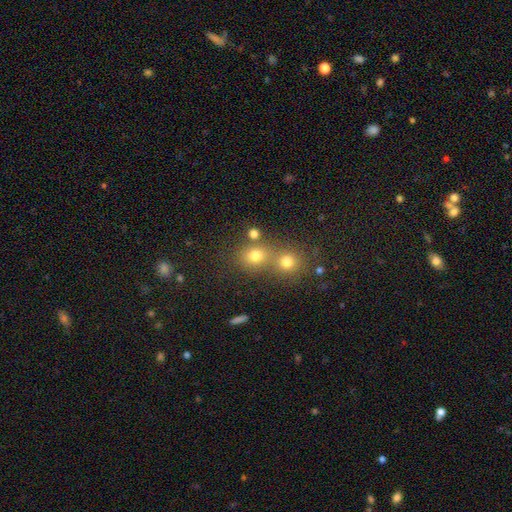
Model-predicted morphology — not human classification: The model was most divided on "merging": none: 51%, merger: 38%, minor disturbance: 8%, major disturbance: 3%. More confident: how rounded — round (74%); smooth or featured — smooth (74%).